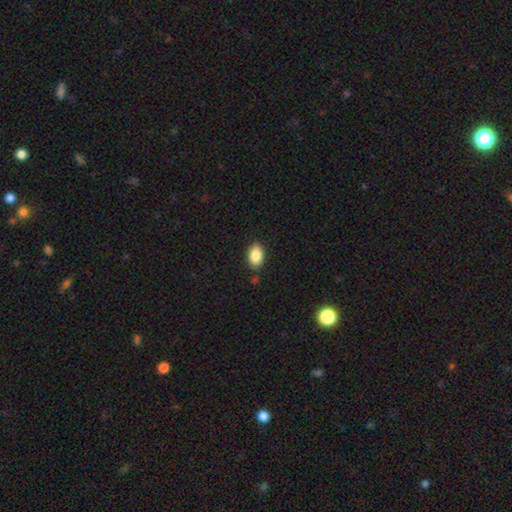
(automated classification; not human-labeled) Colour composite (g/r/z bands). It shows a smooth galaxy with no disk features (87%) that is in between round and cigar-shaped (90%). Merging: none (86%).